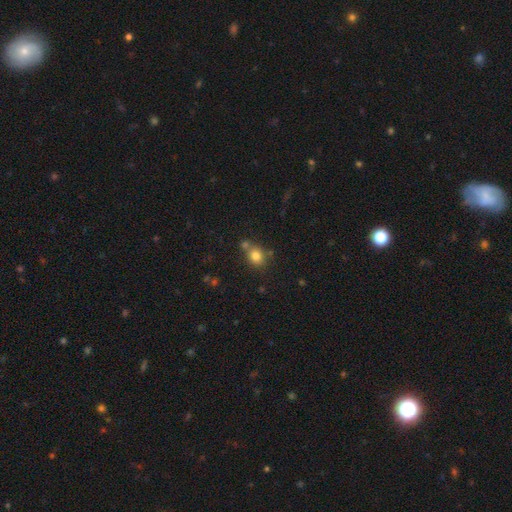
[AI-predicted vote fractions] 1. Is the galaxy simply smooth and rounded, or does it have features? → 80% smooth, 12% star or artifact, 8% featured or disk.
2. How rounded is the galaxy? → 66% round, 33% in between, 1% cigar-shaped.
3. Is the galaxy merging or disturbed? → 60% none, 23% merger, 13% minor disturbance, 4% major disturbance.